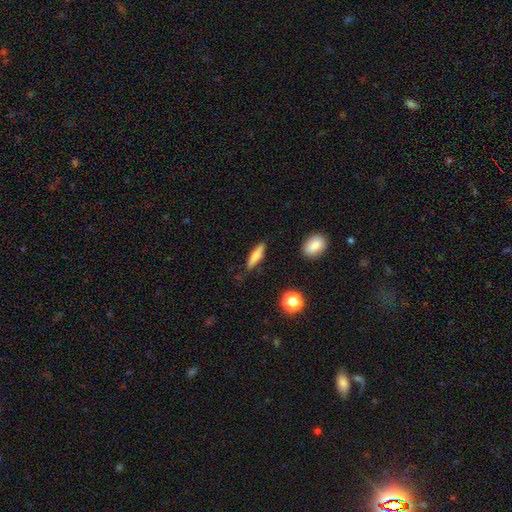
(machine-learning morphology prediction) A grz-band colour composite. It shows a smooth galaxy with no disk features (67%) that is cigar-shaped (73%). Merging: none (83%).